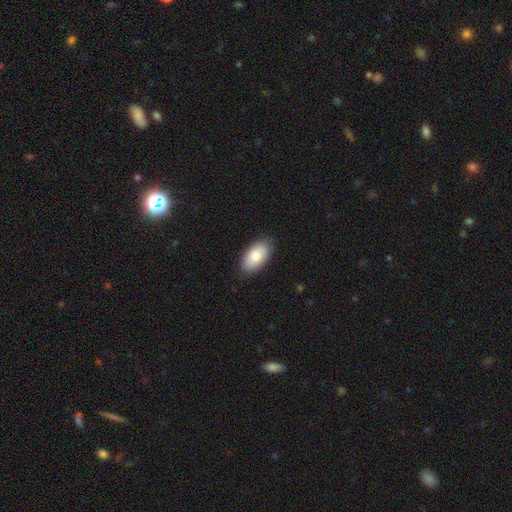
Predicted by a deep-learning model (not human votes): Smooth or featured: smooth — 83% (featured or disk — 12%)
How rounded: in between — 95% (round — 3%)
Merging: none — 86% (minor disturbance — 11%)